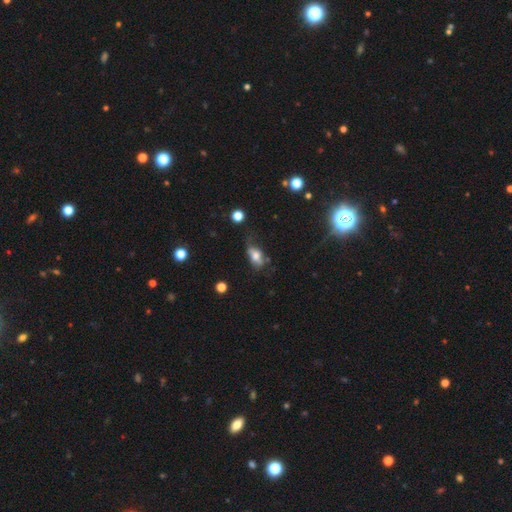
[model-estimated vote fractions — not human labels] Smooth or featured: smooth — 60% (featured or disk — 28%)
How rounded: in between — 81% (round — 11%)
Merging: none — 38% (minor disturbance — 32%)